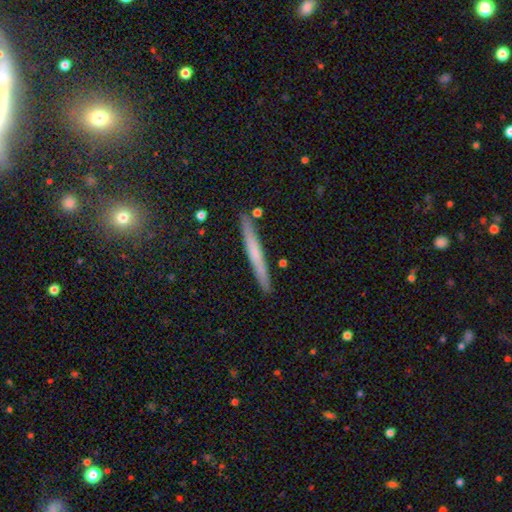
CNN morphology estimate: Smooth or featured? smooth (55%)
How rounded? cigar-shaped (97%)
Merging? none (89%)